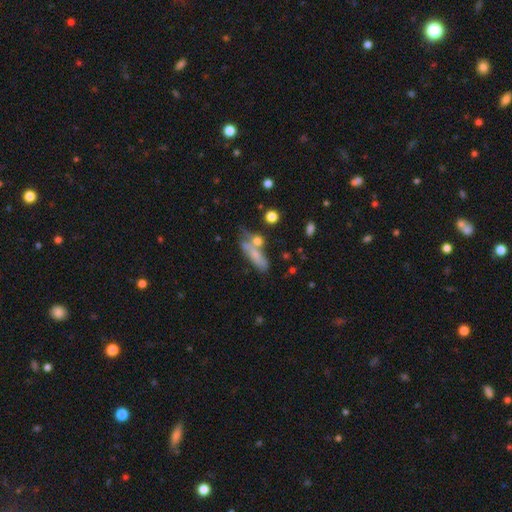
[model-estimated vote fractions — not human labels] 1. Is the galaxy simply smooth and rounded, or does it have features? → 58% smooth, 32% featured or disk, 10% star or artifact.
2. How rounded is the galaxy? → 50% in between, 44% cigar-shaped, 6% round.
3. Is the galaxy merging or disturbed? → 33% none, 32% merger, 20% minor disturbance, 15% major disturbance.